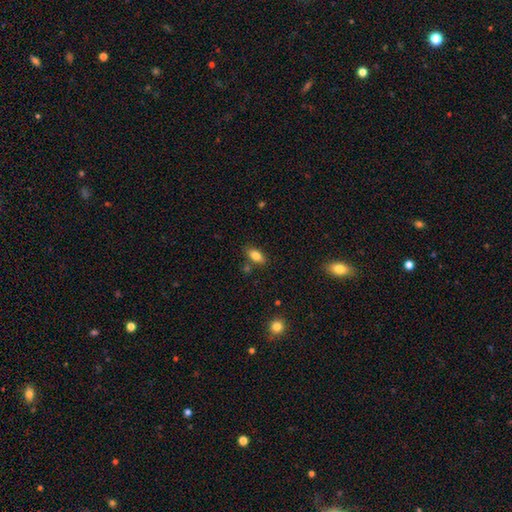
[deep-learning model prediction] Smooth or featured: smooth — 82% (featured or disk — 10%)
How rounded: in between — 88% (cigar-shaped — 7%)
Merging: none — 79% (minor disturbance — 13%)